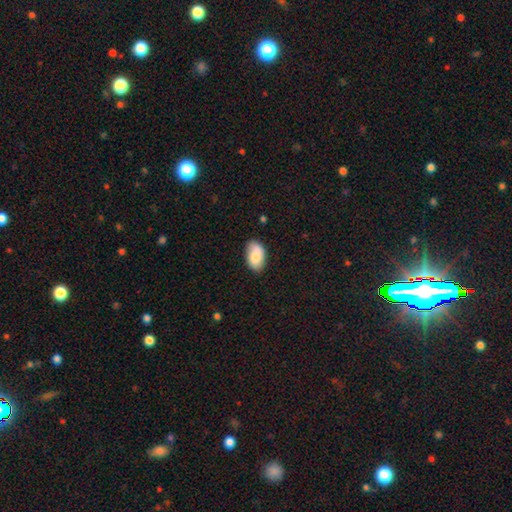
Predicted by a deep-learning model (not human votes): Q: Smooth or featured?
A: smooth (83%); runner-up: featured or disk (10%)
Q: How rounded?
A: in between (92%); runner-up: round (6%)
Q: Merging?
A: none (78%); runner-up: minor disturbance (18%)